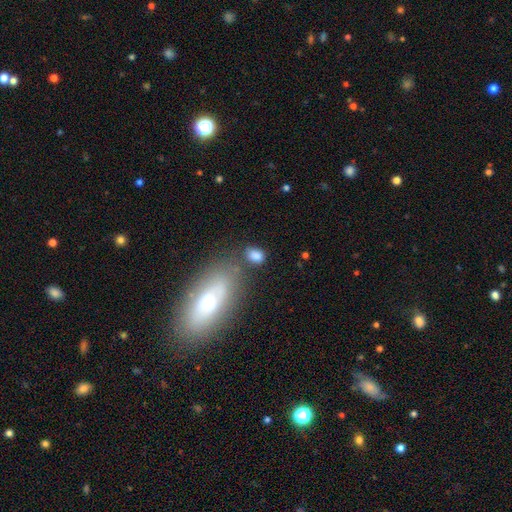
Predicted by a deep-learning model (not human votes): A smooth galaxy with no disk features (78%) that is in between round and cigar-shaped (77%).

Vote fractions:
- Smooth or featured? smooth: 78% / star or artifact: 12% / featured or disk: 10%
- How rounded? in between: 77% / round: 21% / cigar-shaped: 3%
- Merging? none: 61% / minor disturbance: 18% / merger: 13% / major disturbance: 8%